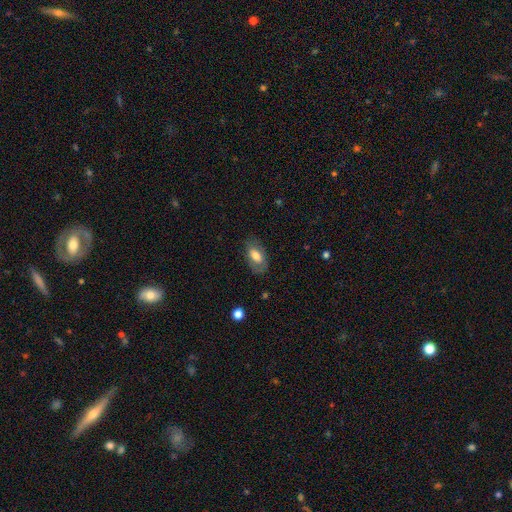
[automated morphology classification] smooth-or-featured: smooth: 66% | featured or disk: 27% | star or artifact: 7%
  how-rounded: in between: 92% | round: 5% | cigar-shaped: 3%
  merging: none: 76% | minor disturbance: 17% | major disturbance: 6% | merger: 1%